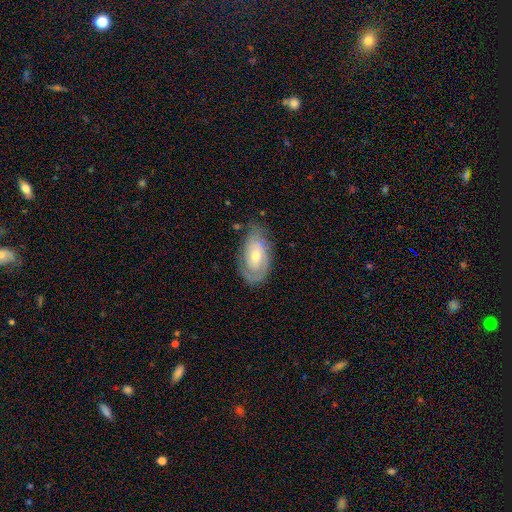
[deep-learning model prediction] A featured or disk galaxy (71%) with no bar (62%), 2 (46%) tight (63%) spiral arms (85%) and a moderate central bulge (56%). Merging: none (70%).